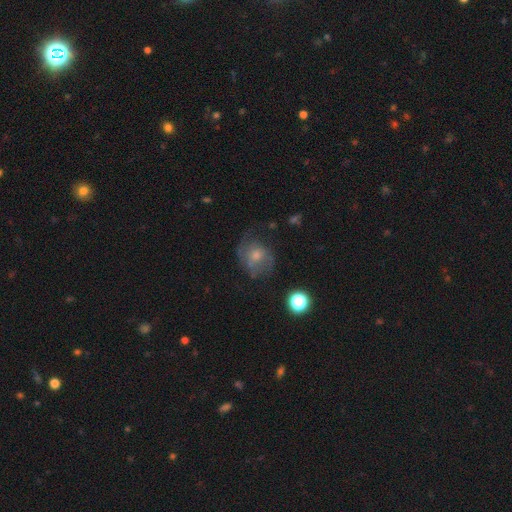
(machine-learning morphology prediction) Smooth or featured? Predicted: smooth (p=0.52). How rounded? Predicted: round (p=0.66). Merging? Predicted: none (p=0.43).